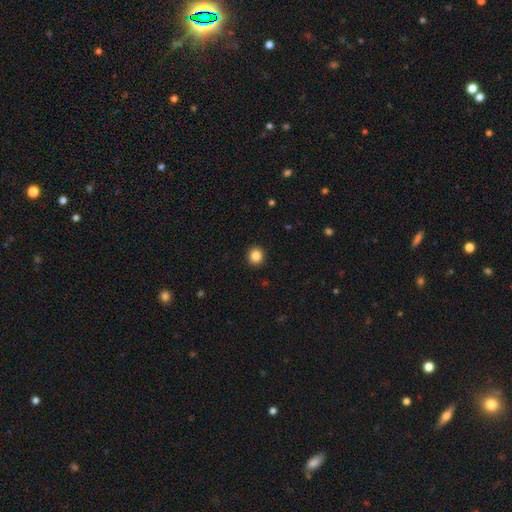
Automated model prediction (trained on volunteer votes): Smooth or featured: smooth — 85% (star or artifact — 11%)
How rounded: round — 90% (in between — 9%)
Merging: none — 93% (minor disturbance — 5%)